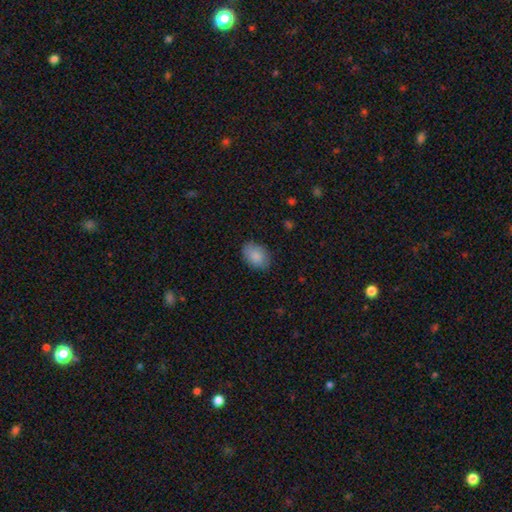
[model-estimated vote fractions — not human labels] Overall: smooth (86%). How rounded: in between (82%). Merging: none (81%).